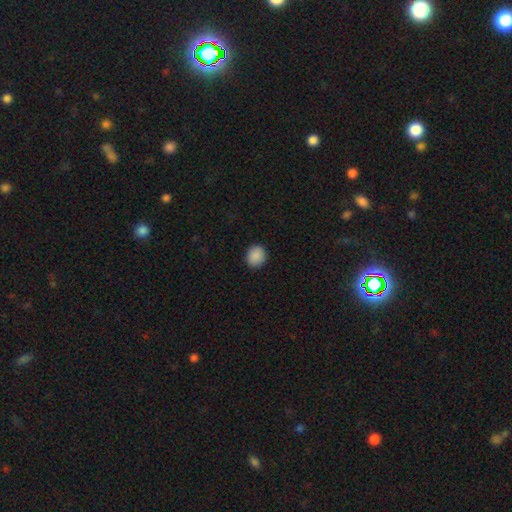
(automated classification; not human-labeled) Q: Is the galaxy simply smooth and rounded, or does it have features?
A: smooth — 89%.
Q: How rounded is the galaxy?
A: round — 81%.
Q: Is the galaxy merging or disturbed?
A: none — 90%.